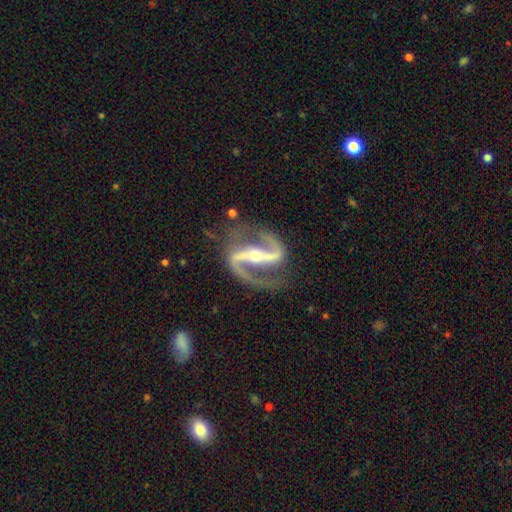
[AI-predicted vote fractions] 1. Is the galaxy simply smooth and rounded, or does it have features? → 94% featured or disk, 4% star or artifact, 2% smooth.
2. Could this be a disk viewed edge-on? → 97% no, 3% yes.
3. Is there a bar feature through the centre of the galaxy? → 76% strong, 14% weak, 9% no.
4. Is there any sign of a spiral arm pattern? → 98% yes, 2% no.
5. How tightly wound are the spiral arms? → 58% medium, 26% loose, 16% tight.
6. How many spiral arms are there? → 94% 2, 1% 1, 1% can't tell, 1% 3, 1% 4, 1% more than 4.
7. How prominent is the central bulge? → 56% small, 40% moderate, 2% large, 2% none, 1% dominant.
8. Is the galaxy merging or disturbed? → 80% none, 12% minor disturbance, 6% major disturbance, 2% merger.